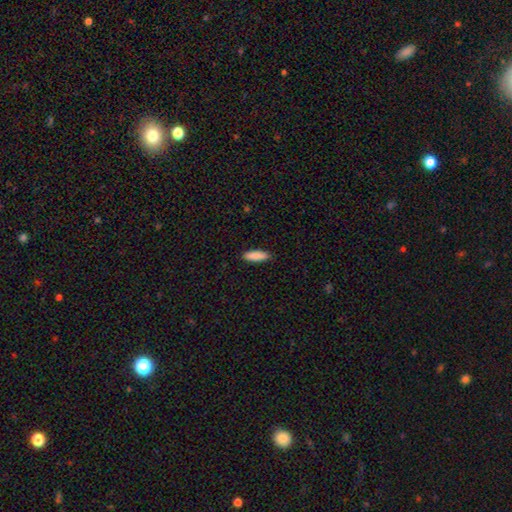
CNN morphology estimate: Overall: smooth (89%). How rounded: cigar-shaped (50%; in between 48%). Merging: none (88%).